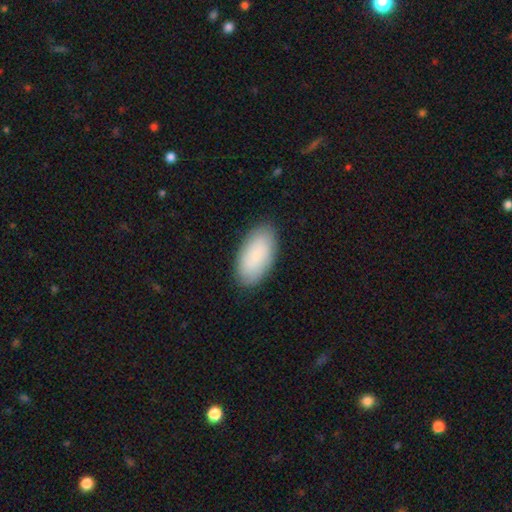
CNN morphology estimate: This appears to be a smooth galaxy with no disk features (79%) that is in between round and cigar-shaped (95%). Merging: none (86%).